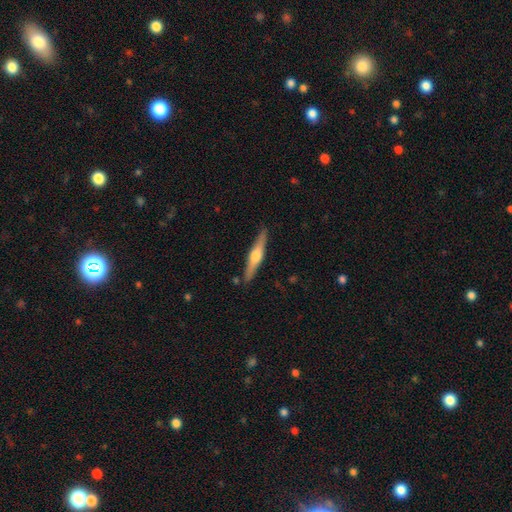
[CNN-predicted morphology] A featured or disk galaxy (59%) viewed edge-on (96%) with a rounded central bulge (90%). Merging: none (87%).